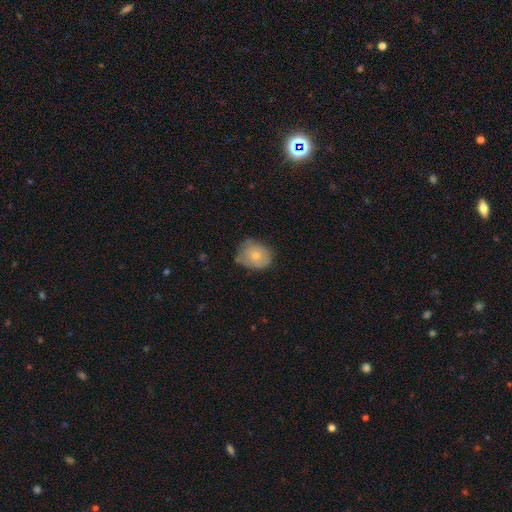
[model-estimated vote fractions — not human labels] Smooth or featured?
  - smooth: 71% *
  - featured or disk: 21%
  - star or artifact: 8%
How rounded?
  - round: 53% *
  - in between: 46%
  - cigar-shaped: 1%
Merging?
  - none: 49% *
  - minor disturbance: 38%
  - major disturbance: 10%
  - merger: 2%